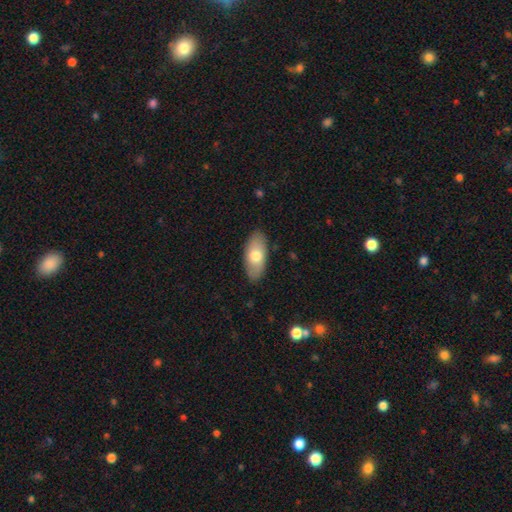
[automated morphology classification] Overall: smooth (71%). How rounded: in between (91%). Merging: none (87%).